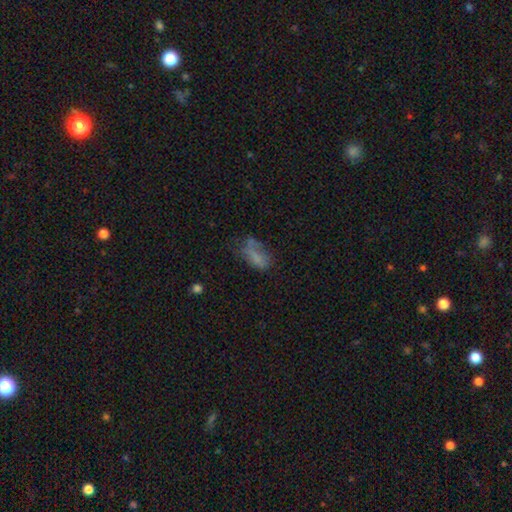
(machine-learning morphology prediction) smooth 63%, featured or disk 23%, star or artifact 14%. Down the decision tree: how rounded — in between (84%); merging — none (36%).